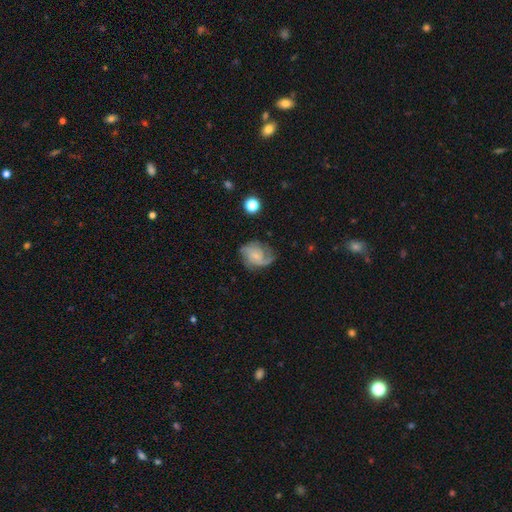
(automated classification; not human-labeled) This appears to be a featured or disk galaxy (80%) with no bar (54%), 2 (49%) medium (46%) spiral arms (96%) and a small central bulge (65%). Merging: none (66%).